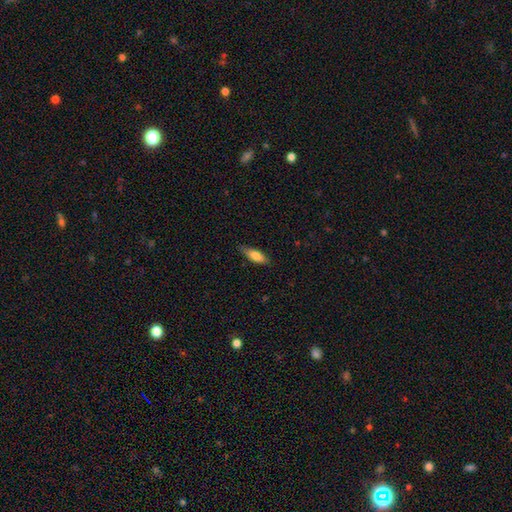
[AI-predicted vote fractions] Morphology: type=smooth (78%); roundness=in between (65%); merging=none (78%).